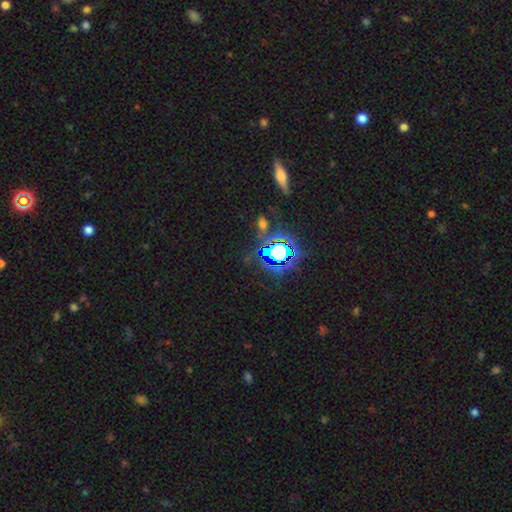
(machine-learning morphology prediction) A star or artifact, not a galaxy (74%).